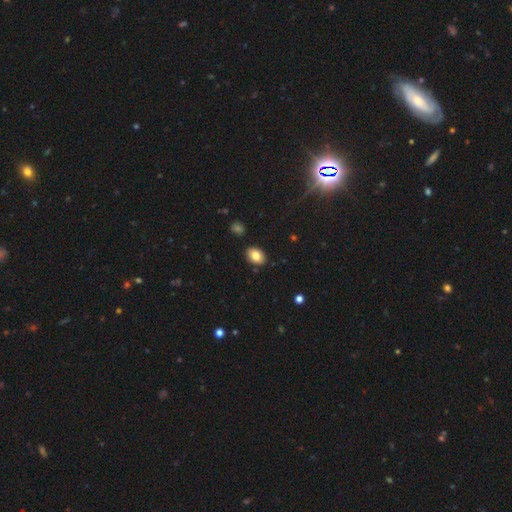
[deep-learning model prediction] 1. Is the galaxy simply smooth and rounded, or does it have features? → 82% smooth, 10% featured or disk, 9% star or artifact.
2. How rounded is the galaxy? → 81% in between, 18% round, 1% cigar-shaped.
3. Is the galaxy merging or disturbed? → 88% none, 9% minor disturbance, 2% major disturbance, 2% merger.